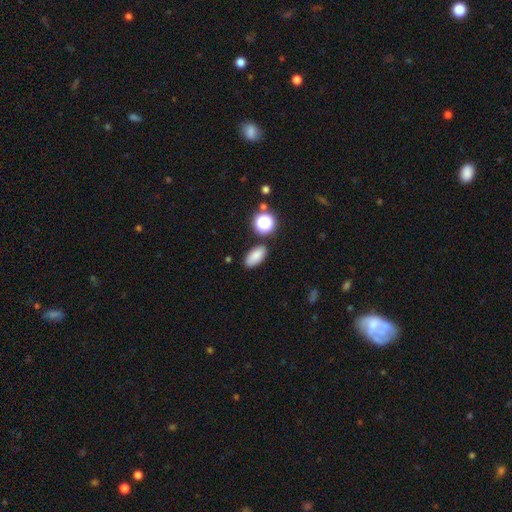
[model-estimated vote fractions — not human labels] This is clearly a smooth galaxy (82%). How rounded: clearly in between (88%). Merging: clearly none (83%).